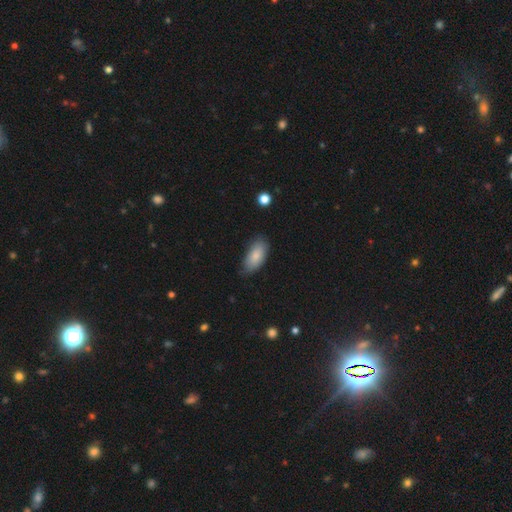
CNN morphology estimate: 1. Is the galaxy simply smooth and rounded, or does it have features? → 85% smooth, 9% featured or disk, 6% star or artifact.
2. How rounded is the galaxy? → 91% in between, 6% cigar-shaped, 2% round.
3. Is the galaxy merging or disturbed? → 76% none, 20% minor disturbance, 3% major disturbance, 1% merger.